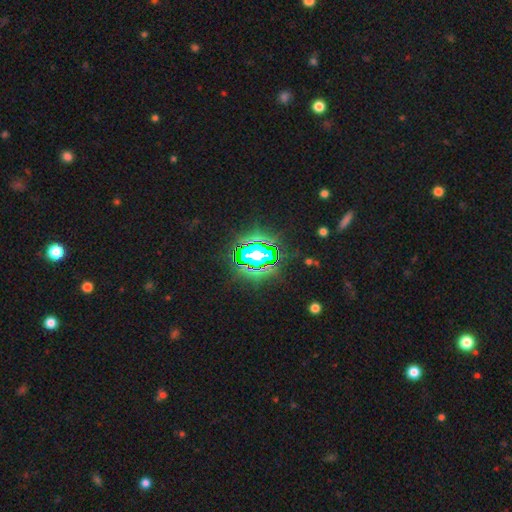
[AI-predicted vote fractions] Morphology: type=star or artifact (73%).